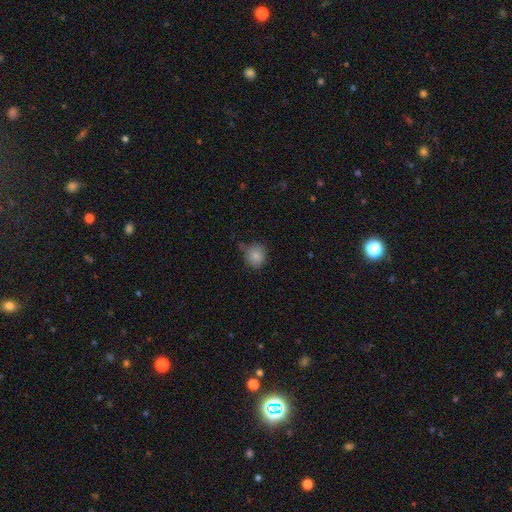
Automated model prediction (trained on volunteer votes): Overall: smooth (84%). How rounded: round (80%). Merging: none (66%).